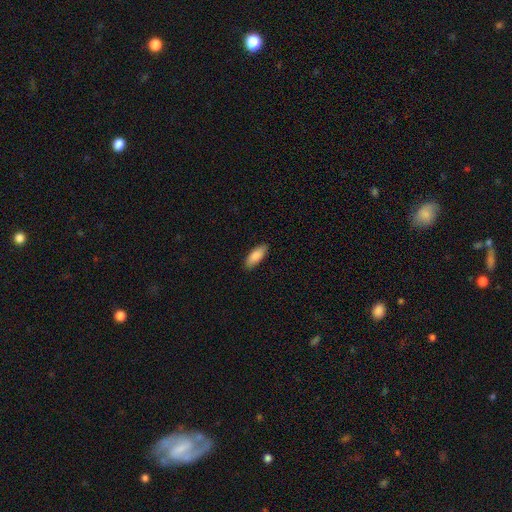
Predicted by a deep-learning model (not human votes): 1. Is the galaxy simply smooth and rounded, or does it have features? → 86% smooth, 8% featured or disk, 6% star or artifact.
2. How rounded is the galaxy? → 77% in between, 22% cigar-shaped, 2% round.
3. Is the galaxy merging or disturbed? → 88% none, 9% minor disturbance, 2% major disturbance, 1% merger.